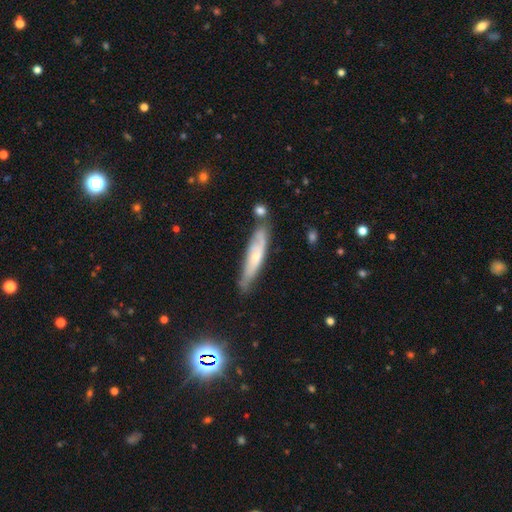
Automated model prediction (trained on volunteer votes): featured or disk 53%, smooth 40%, star or artifact 6%. Down the decision tree: edge-on disk — yes (57%); merging — none (62%).